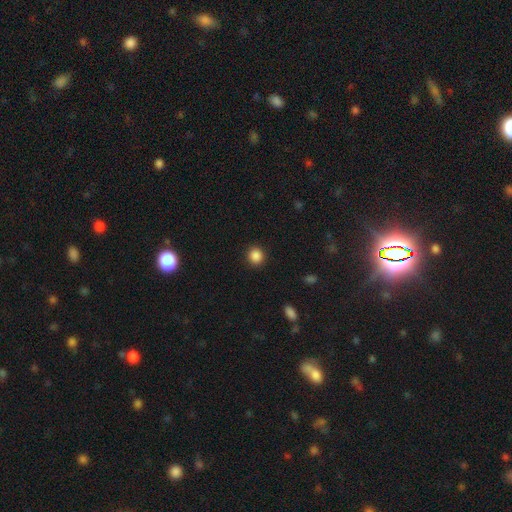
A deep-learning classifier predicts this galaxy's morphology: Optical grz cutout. It shows a smooth galaxy with no disk features (86%) that is round (90%). Merging: none (92%).